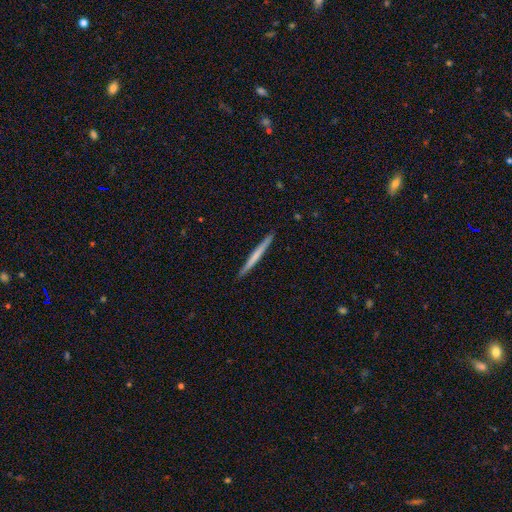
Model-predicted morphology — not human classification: smooth-or-featured: smooth: 53% | featured or disk: 42% | star or artifact: 5%
  how-rounded: cigar-shaped: 97% | in between: 2% | round: 1%
  merging: none: 92% | minor disturbance: 6% | major disturbance: 1% | merger: 1%